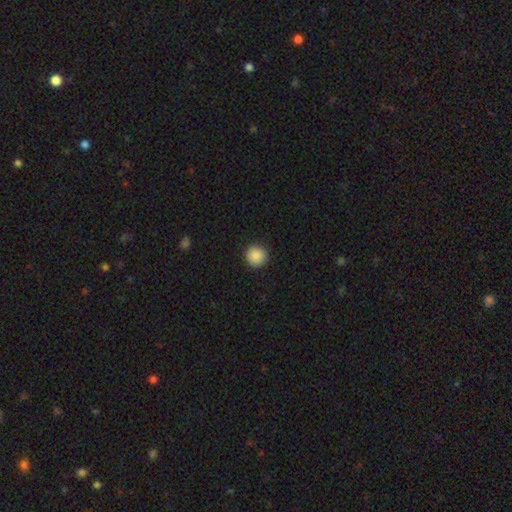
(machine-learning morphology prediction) type=smooth (88%); roundness=round (95%); merging=none (91%).